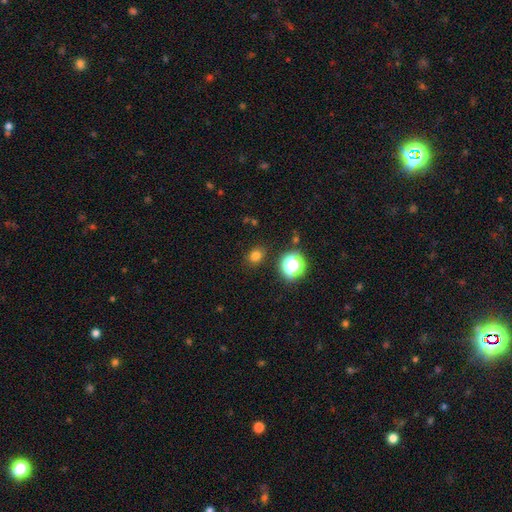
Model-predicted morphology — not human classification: A smooth galaxy with no disk features (75%) that is round (61%). Merging: none (86%).